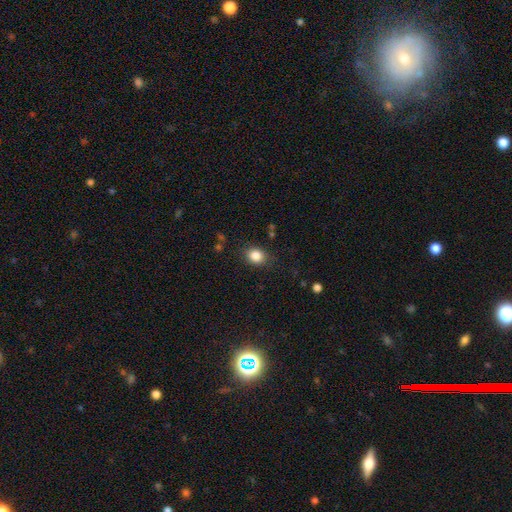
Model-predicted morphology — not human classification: type=smooth (84%); roundness=round (55%); merging=none (84%).